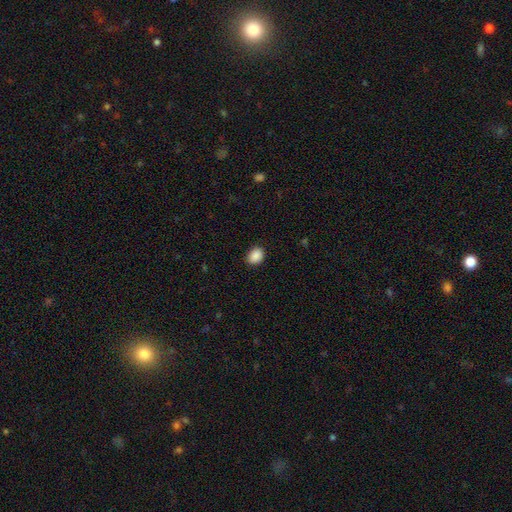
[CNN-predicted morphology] A smooth galaxy with no disk features (89%) that is in between round and cigar-shaped (58%). Merging: none (84%).